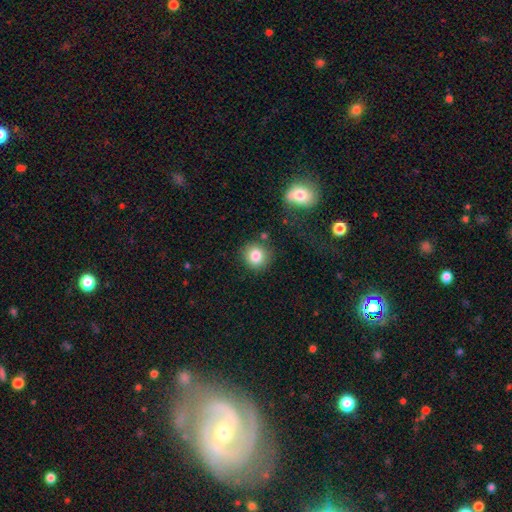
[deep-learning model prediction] Smooth or featured? Predicted: smooth (p=0.83). How rounded? Predicted: round (p=0.87). Merging? Predicted: none (p=0.84).